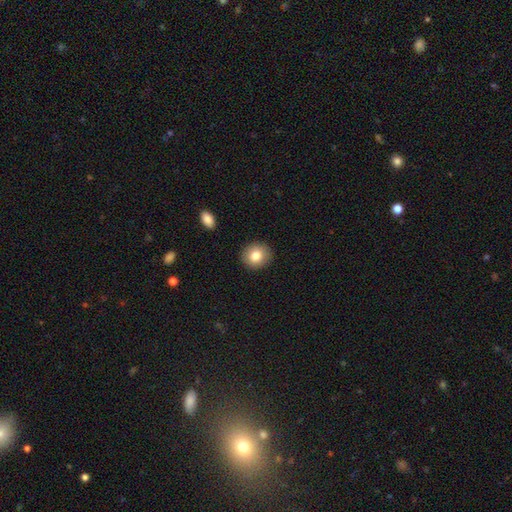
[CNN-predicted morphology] smooth 81%, featured or disk 10%, star or artifact 9%. Down the decision tree: how rounded — round (85%); merging — none (91%).